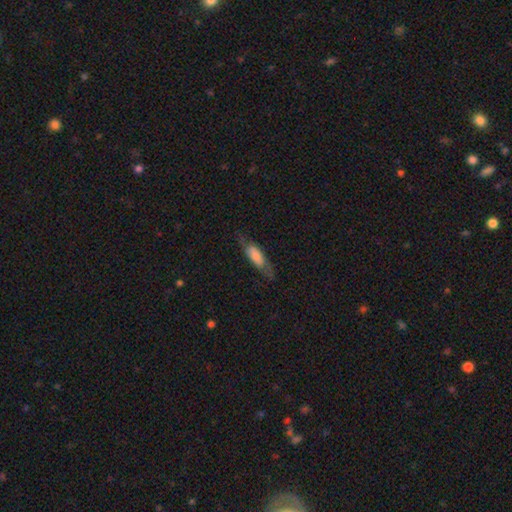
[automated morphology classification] A smooth galaxy with no disk features (57%) that is in between round and cigar-shaped (54%).

Vote fractions:
- Smooth or featured? smooth: 57% / featured or disk: 36% / star or artifact: 7%
- How rounded? in between: 54% / cigar-shaped: 44% / round: 2%
- Merging? none: 61% / minor disturbance: 23% / major disturbance: 14% / merger: 2%